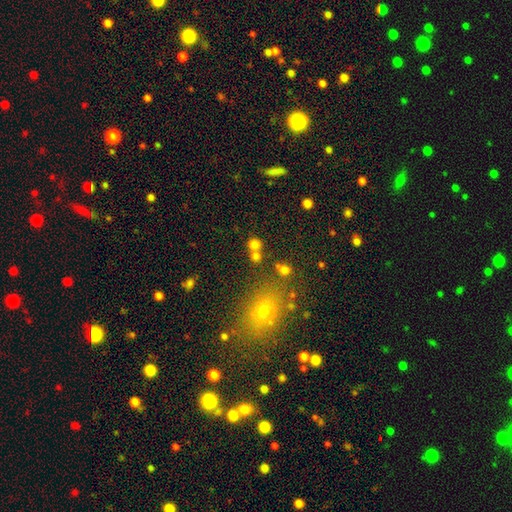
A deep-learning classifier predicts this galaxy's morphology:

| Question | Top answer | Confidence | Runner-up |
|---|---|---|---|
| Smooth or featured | smooth | 73% | star or artifact (18%) |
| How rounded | round | 84% | in between (15%) |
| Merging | none | 58% | merger (31%) |